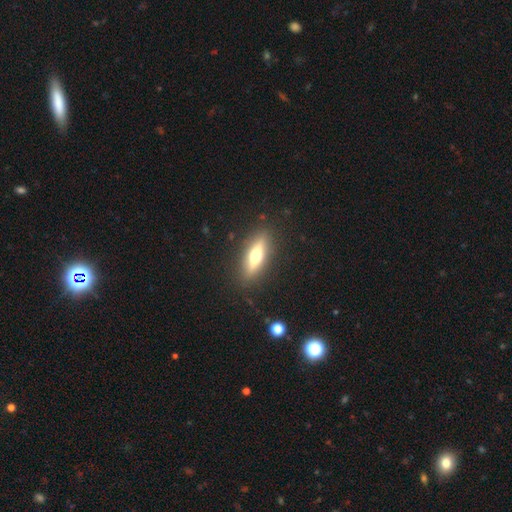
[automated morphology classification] smooth_or_featured: featured or disk (p=0.50) [alt: smooth p=0.43]
merging: none (p=0.88) [alt: minor disturbance p=0.09]